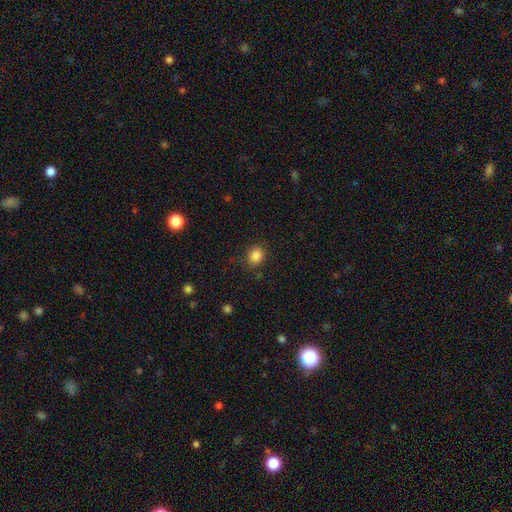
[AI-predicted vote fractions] The model was most divided on "how rounded": round: 67%, in between: 32%, cigar-shaped: 1%. More confident: smooth or featured — smooth (85%); merging — none (85%).